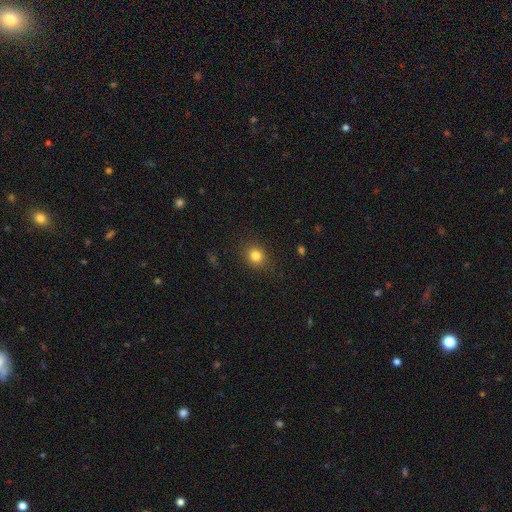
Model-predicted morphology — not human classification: The model was most divided on "how rounded": round: 79%, in between: 20%, cigar-shaped: 1%. More confident: merging — none (88%); smooth or featured — smooth (82%).